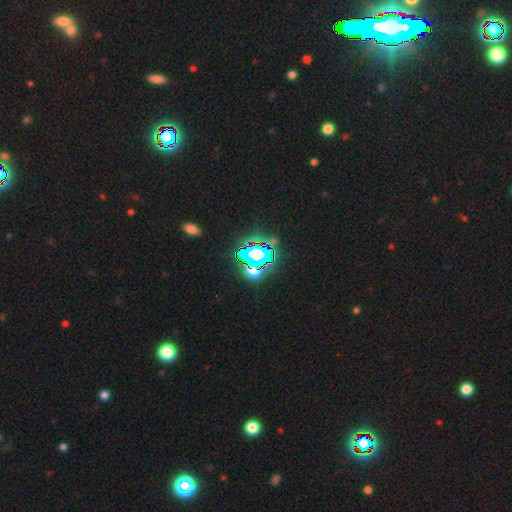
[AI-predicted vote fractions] The model was most divided on "smooth or featured": star or artifact: 75%, smooth: 14%, featured or disk: 11%.